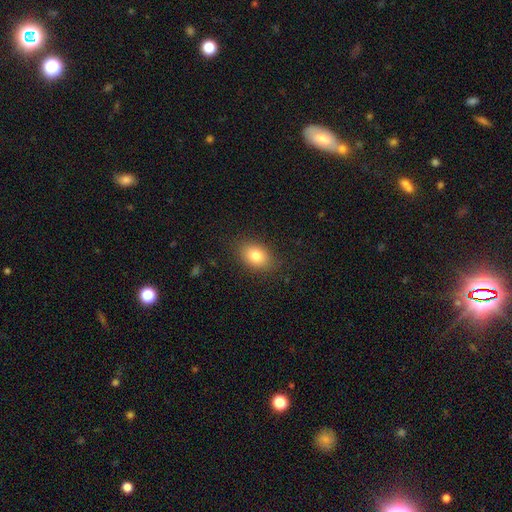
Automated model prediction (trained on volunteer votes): Q: Smooth or featured?
A: smooth (81%); runner-up: featured or disk (10%)
Q: How rounded?
A: in between (78%); runner-up: round (21%)
Q: Merging?
A: none (85%); runner-up: minor disturbance (11%)